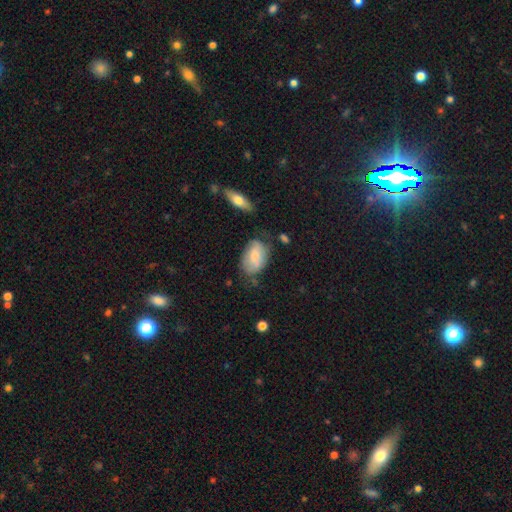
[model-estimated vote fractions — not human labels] Q: Smooth or featured?
A: smooth (70%); runner-up: featured or disk (24%)
Q: How rounded?
A: in between (90%); runner-up: round (9%)
Q: Merging?
A: none (54%); runner-up: minor disturbance (29%)